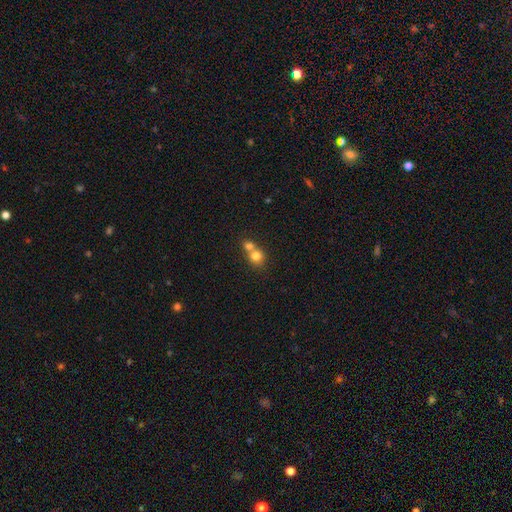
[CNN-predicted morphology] Q: Smooth or featured?
A: smooth (77%); runner-up: featured or disk (12%)
Q: How rounded?
A: round (80%); runner-up: in between (19%)
Q: Merging?
A: merger (58%); runner-up: none (34%)